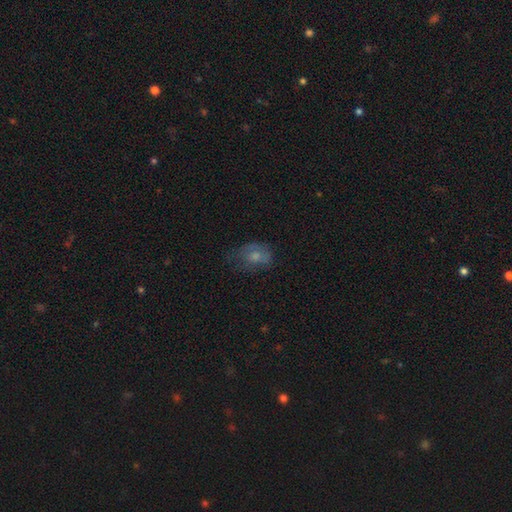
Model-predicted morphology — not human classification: Q: Smooth or featured?
A: smooth (58%); runner-up: featured or disk (30%)
Q: How rounded?
A: in between (66%); runner-up: round (32%)
Q: Merging?
A: none (46%); runner-up: minor disturbance (30%)